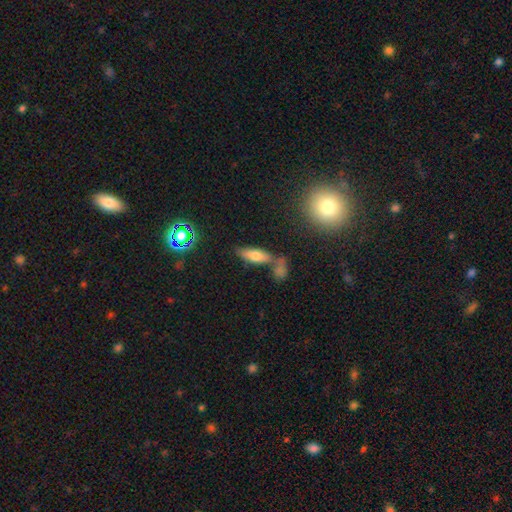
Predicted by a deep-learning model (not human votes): Smooth or featured?
  - smooth: 63% *
  - featured or disk: 24%
  - star or artifact: 12%
How rounded?
  - in between: 57% *
  - cigar-shaped: 40%
  - round: 3%
Merging?
  - none: 56% *
  - merger: 24%
  - minor disturbance: 14%
  - major disturbance: 5%